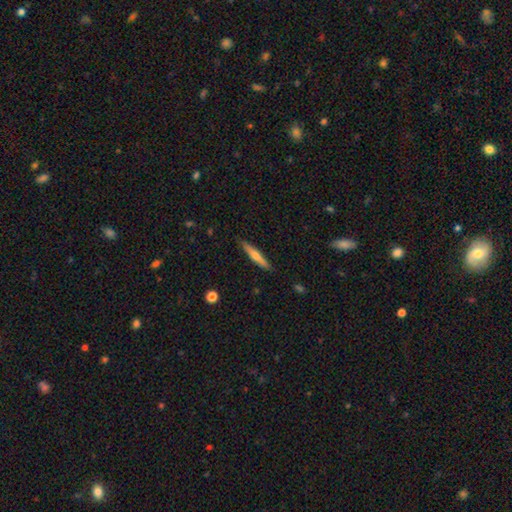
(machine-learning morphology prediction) A featured or disk galaxy (52%) viewed edge-on (96%). Merging: none (90%).